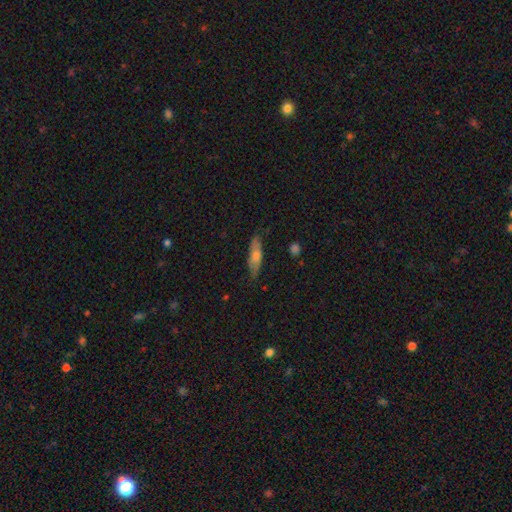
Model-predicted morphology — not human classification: Smooth or featured? Predicted: smooth (p=0.57). How rounded? Predicted: cigar-shaped (p=0.61). Merging? Predicted: none (p=0.80).